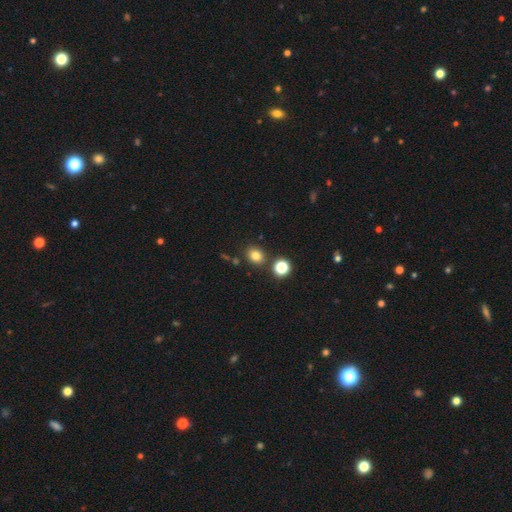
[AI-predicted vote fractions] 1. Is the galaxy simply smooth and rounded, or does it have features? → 79% smooth, 14% star or artifact, 6% featured or disk.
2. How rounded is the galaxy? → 61% round, 38% in between, 1% cigar-shaped.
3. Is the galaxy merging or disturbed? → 79% none, 10% minor disturbance, 8% merger, 3% major disturbance.